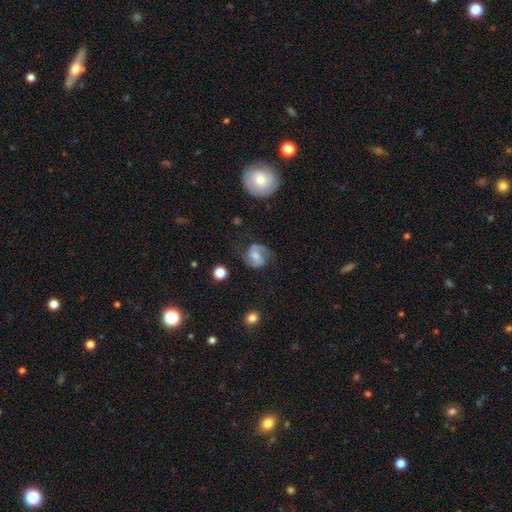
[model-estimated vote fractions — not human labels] A featured or disk galaxy (72%) with a weak bar (48%), 2 (88%) medium (50%) spiral arms (93%) and a moderate central bulge (48%). Merging: none (69%).